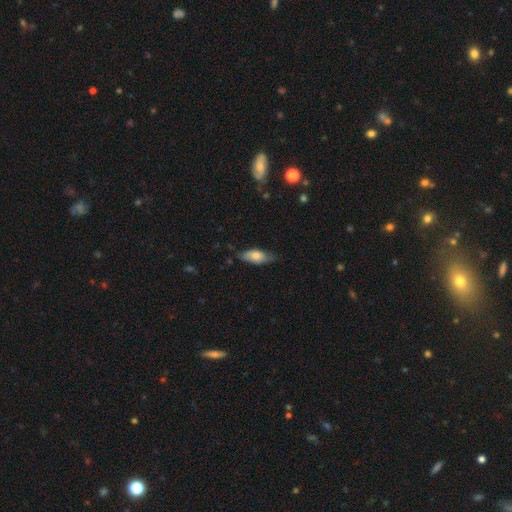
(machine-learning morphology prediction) This appears to be a smooth galaxy with no disk features (69%) that is in between round and cigar-shaped (82%). Merging: none (67%).